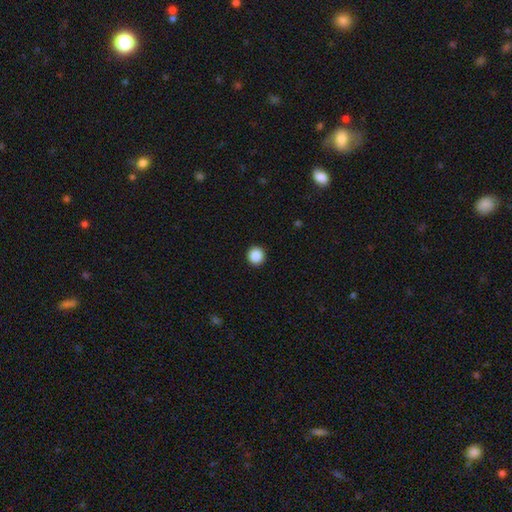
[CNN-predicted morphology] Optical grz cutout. It shows a smooth galaxy with no disk features (88%) that is round (95%). Merging: none (94%).